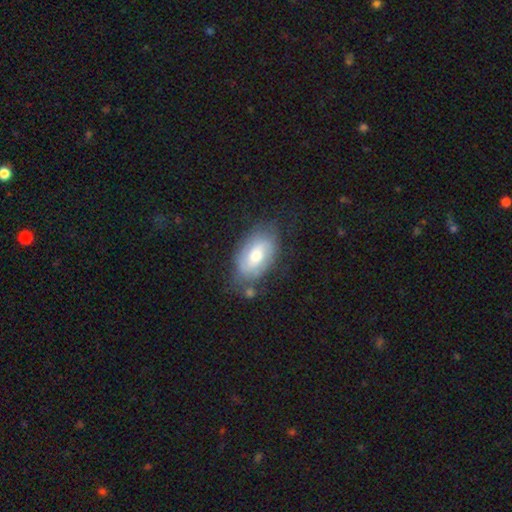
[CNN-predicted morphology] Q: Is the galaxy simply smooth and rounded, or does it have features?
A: smooth — 49%.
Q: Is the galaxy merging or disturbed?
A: none — 69%.